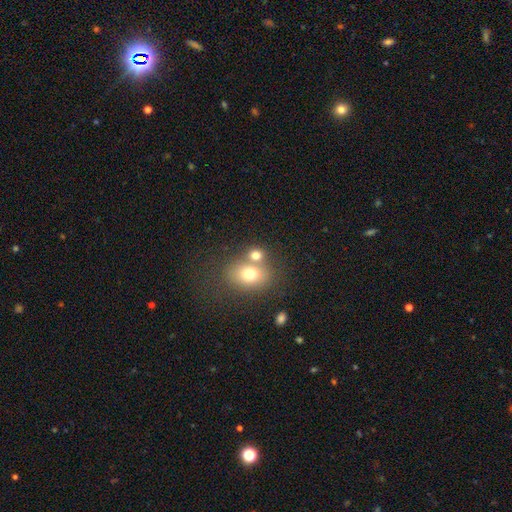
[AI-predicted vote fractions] Morphology: type=smooth (73%); roundness=round (54%); merging=none (48%).